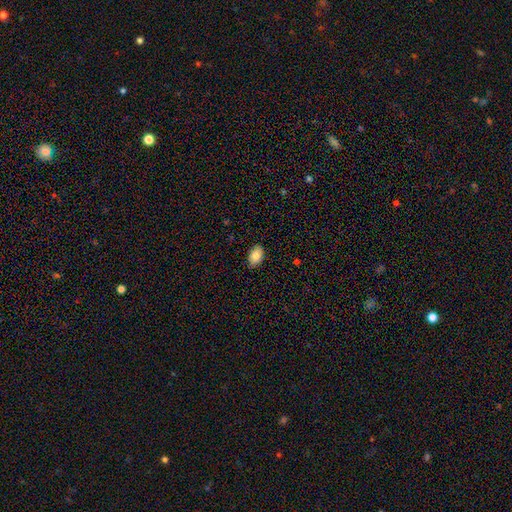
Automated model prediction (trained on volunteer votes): Morphology: type=smooth (85%); roundness=in between (91%); merging=none (85%).